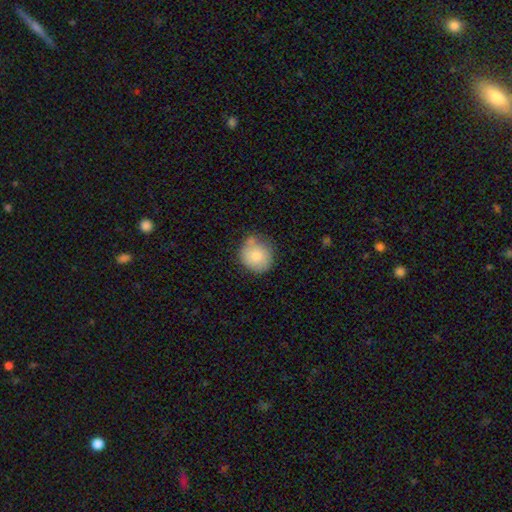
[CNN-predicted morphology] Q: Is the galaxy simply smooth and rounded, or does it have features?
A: smooth — 81%.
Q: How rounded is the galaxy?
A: round — 85%.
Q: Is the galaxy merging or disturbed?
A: none — 60%.